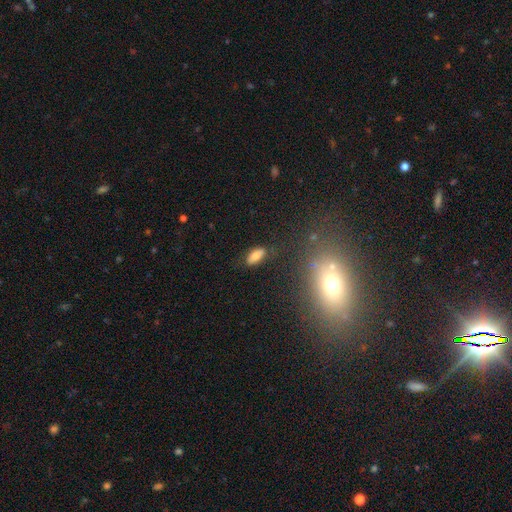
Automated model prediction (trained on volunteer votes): Q: Smooth or featured?
A: smooth (73%); runner-up: featured or disk (17%)
Q: How rounded?
A: in between (82%); runner-up: cigar-shaped (14%)
Q: Merging?
A: none (79%); runner-up: minor disturbance (15%)